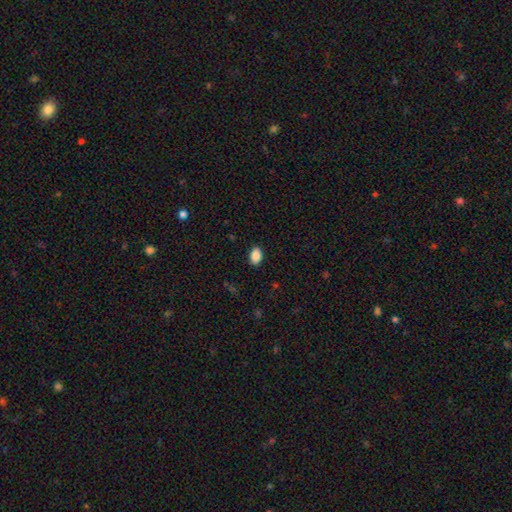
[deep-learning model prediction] smooth-or-featured: smooth: 89% | star or artifact: 8% | featured or disk: 3%
  how-rounded: in between: 83% | round: 16% | cigar-shaped: 1%
  merging: none: 89% | minor disturbance: 8% | major disturbance: 2% | merger: 1%